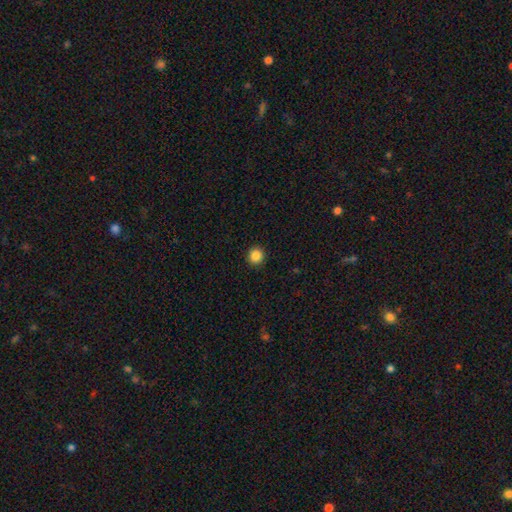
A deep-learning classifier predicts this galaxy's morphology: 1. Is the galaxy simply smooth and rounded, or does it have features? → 86% smooth, 10% star or artifact, 3% featured or disk.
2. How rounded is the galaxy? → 93% round, 6% in between, 1% cigar-shaped.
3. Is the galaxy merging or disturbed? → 93% none, 5% minor disturbance, 2% major disturbance, 1% merger.